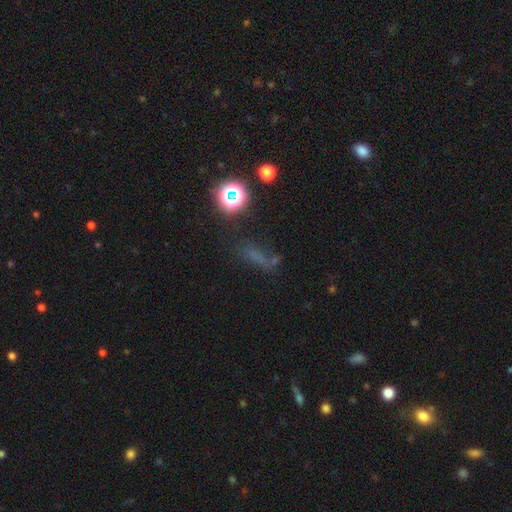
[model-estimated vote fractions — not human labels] Smooth or featured: smooth — 43% (star or artifact — 40%)
Merging: none — 53% (minor disturbance — 19%)